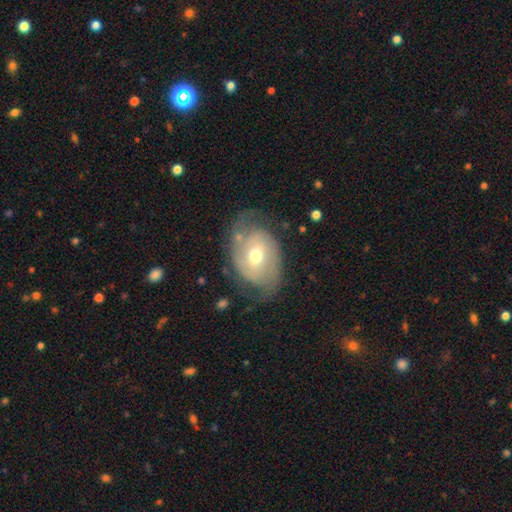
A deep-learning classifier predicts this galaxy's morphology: This appears to be a featured or disk galaxy (76%) with no bar (57%), 2 (80%) medium (42%) spiral arms (87%) and a moderate central bulge (67%). Merging: none (64%).